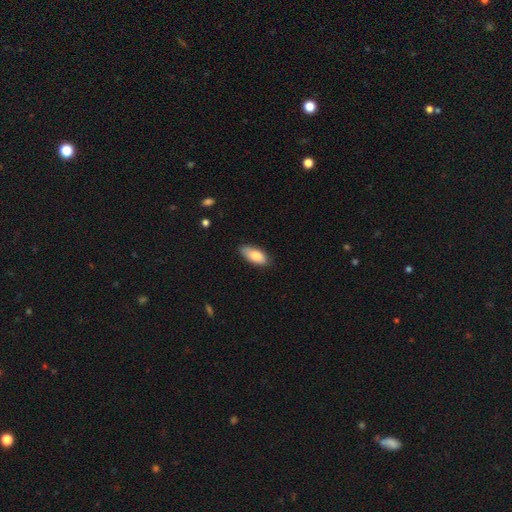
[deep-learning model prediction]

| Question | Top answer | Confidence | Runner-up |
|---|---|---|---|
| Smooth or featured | smooth | 85% | featured or disk (9%) |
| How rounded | in between | 83% | cigar-shaped (15%) |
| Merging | none | 80% | minor disturbance (16%) |